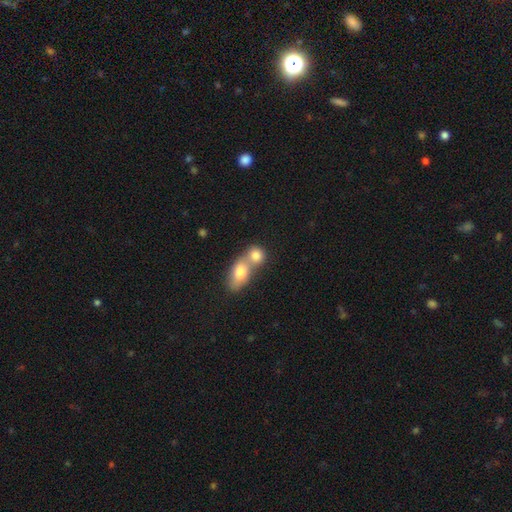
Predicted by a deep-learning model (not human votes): Smooth or featured?
  - smooth: 79% *
  - featured or disk: 12%
  - star or artifact: 8%
How rounded?
  - round: 53% *
  - in between: 44%
  - cigar-shaped: 3%
Merging?
  - merger: 69% *
  - none: 24%
  - minor disturbance: 5%
  - major disturbance: 3%